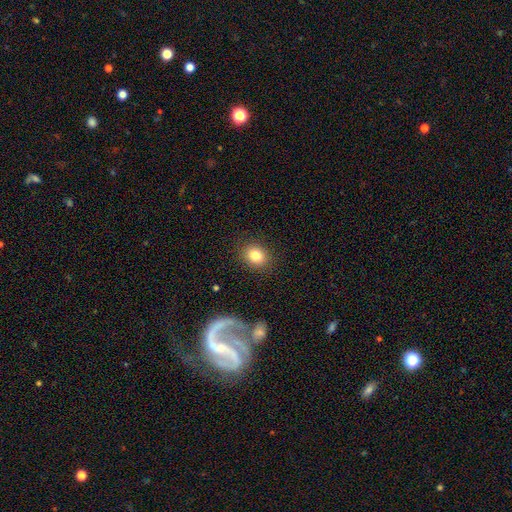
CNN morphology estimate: smooth-or-featured: smooth: 82% | star or artifact: 10% | featured or disk: 8%
  how-rounded: round: 57% | in between: 42% | cigar-shaped: 1%
  merging: none: 88% | minor disturbance: 8% | major disturbance: 3% | merger: 1%